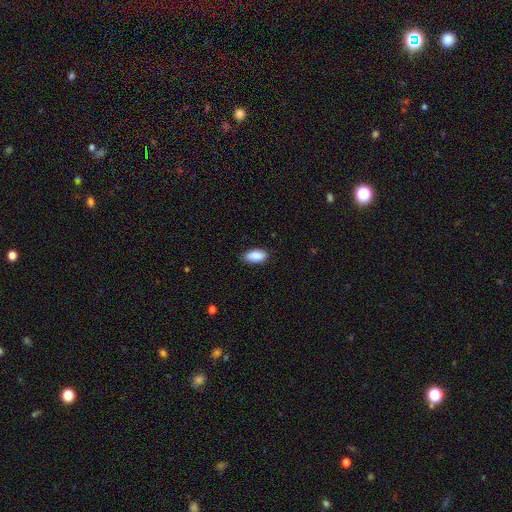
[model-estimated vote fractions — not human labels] smooth 89%, star or artifact 6%, featured or disk 5%. Down the decision tree: how rounded — in between (93%); merging — none (82%).